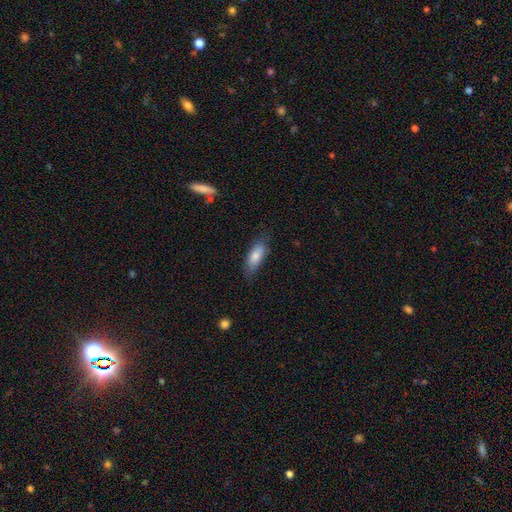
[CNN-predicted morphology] This is likely a smooth galaxy (80%). How rounded: likely in between (75%). Merging: likely none (73%).